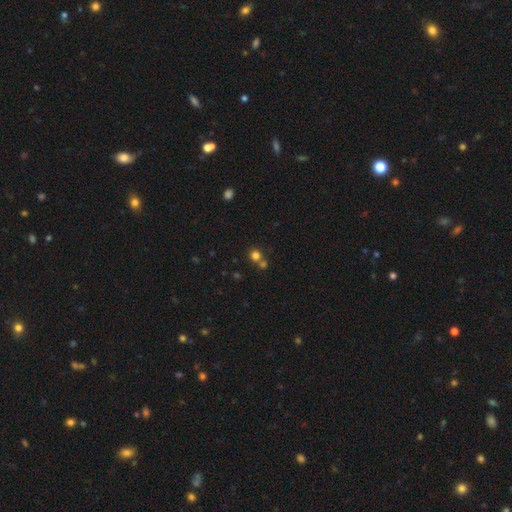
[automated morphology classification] Smooth or featured: smooth — 76% (star or artifact — 17%)
How rounded: round — 88% (in between — 11%)
Merging: none — 57% (merger — 33%)